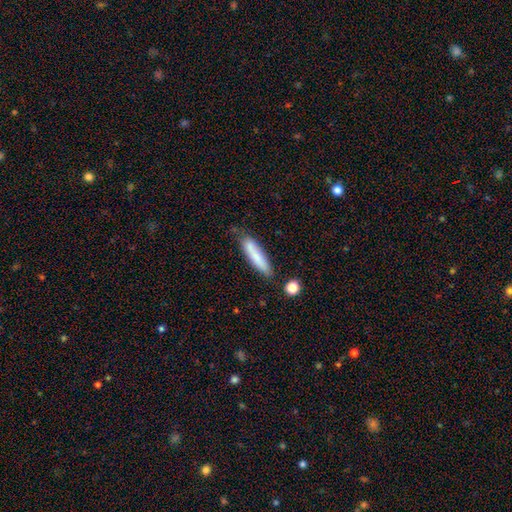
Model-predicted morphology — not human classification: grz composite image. It shows a smooth galaxy with no disk features (75%) that is cigar-shaped (78%). Merging: none (68%).